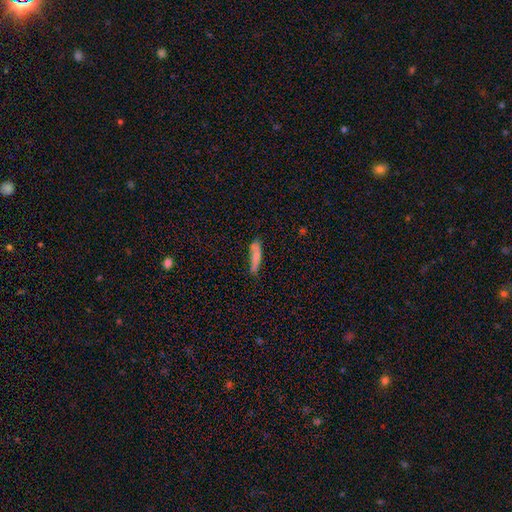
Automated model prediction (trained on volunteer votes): smooth 77%, featured or disk 16%, star or artifact 7%. Down the decision tree: how rounded — cigar-shaped (83%); merging — none (67%).